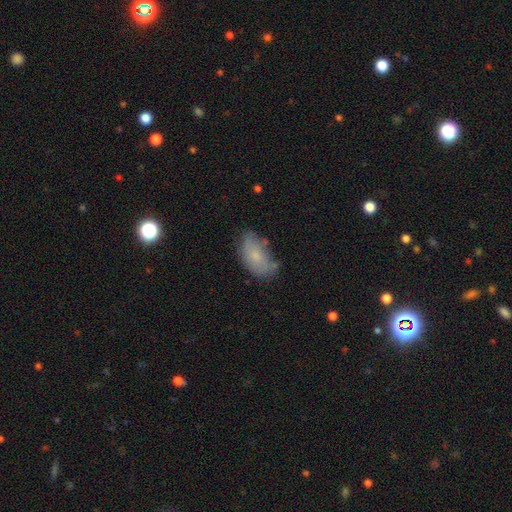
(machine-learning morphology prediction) Q: Smooth or featured?
A: smooth (69%); runner-up: featured or disk (22%)
Q: How rounded?
A: in between (93%); runner-up: round (5%)
Q: Merging?
A: none (51%); runner-up: minor disturbance (33%)